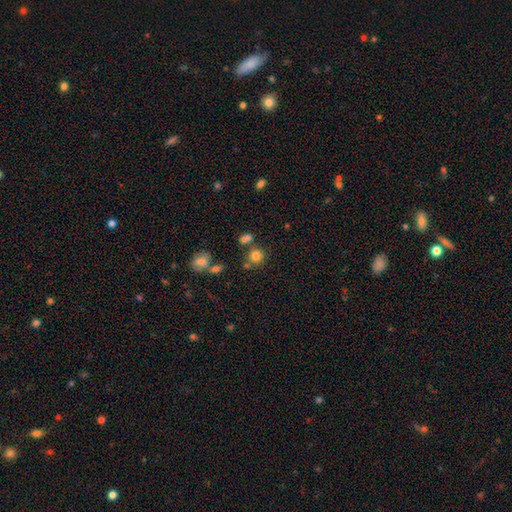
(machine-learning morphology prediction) This appears to be a smooth galaxy with no disk features (79%) that is round (88%). Merging: none (68%).